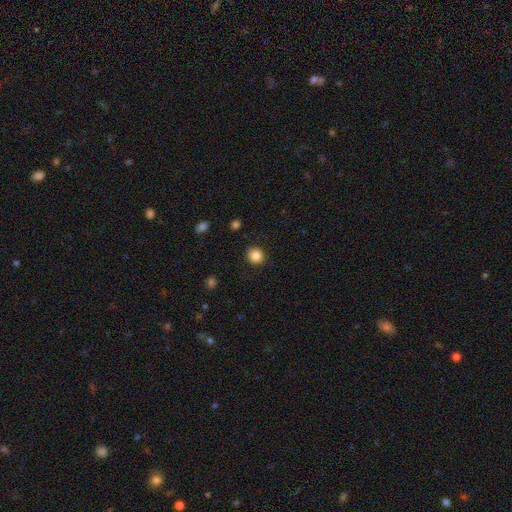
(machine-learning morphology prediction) A smooth galaxy with no disk features (85%) that is round (90%).

Vote fractions:
- Smooth or featured? smooth: 85% / star or artifact: 11% / featured or disk: 5%
- How rounded? round: 90% / in between: 9% / cigar-shaped: 1%
- Merging? none: 91% / minor disturbance: 6% / major disturbance: 2% / merger: 1%